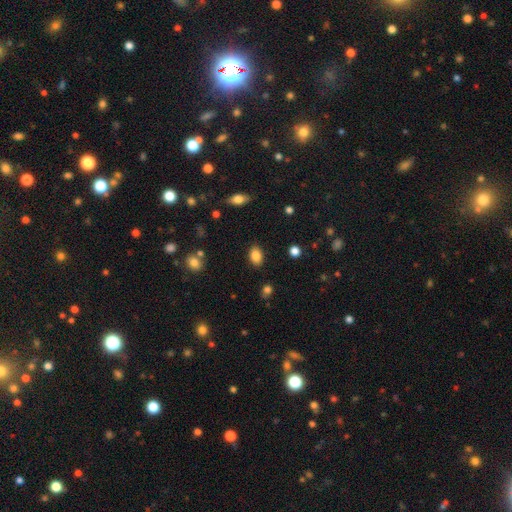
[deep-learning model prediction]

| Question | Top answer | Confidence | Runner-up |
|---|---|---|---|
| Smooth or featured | smooth | 86% | star or artifact (9%) |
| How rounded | in between | 83% | round (16%) |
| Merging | none | 86% | minor disturbance (10%) |